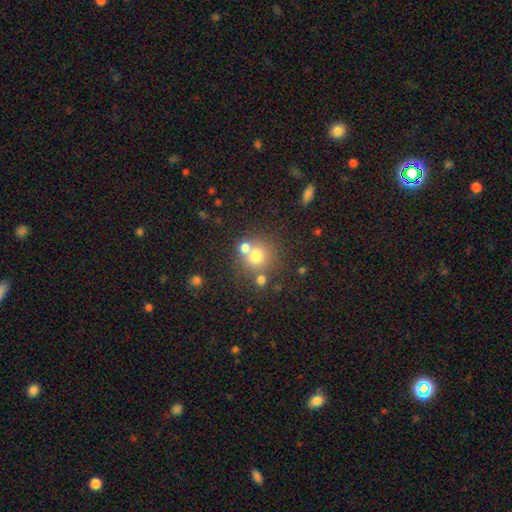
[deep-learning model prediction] The model was most divided on "merging": none: 58%, merger: 30%, minor disturbance: 8%, major disturbance: 4%. More confident: how rounded — round (89%); smooth or featured — smooth (71%).